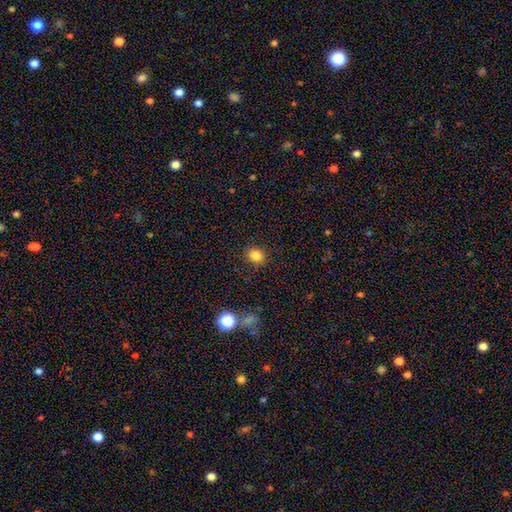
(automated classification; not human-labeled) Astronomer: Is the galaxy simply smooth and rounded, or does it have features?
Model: smooth — 82%.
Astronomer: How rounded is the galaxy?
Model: round — 66%.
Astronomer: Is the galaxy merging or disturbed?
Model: none — 84%.